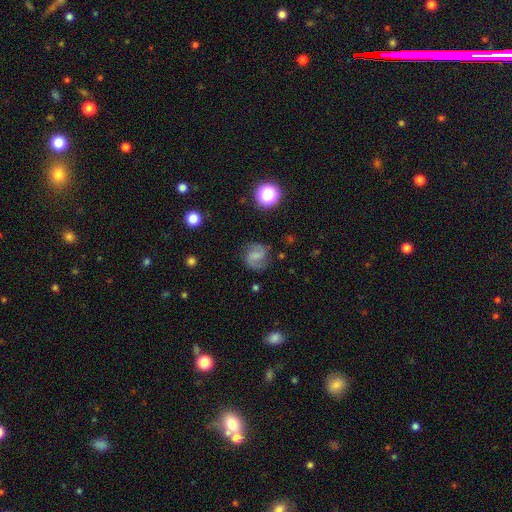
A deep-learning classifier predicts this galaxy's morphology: smooth-or-featured: featured or disk: 63% | smooth: 26% | star or artifact: 12%
  disk-edge-on: no: 98% | yes: 2%
    bar: weak: 48% | no: 27% | strong: 25%
    has-spiral-arms: yes: 92% | no: 8%
      spiral-winding: medium: 50% | loose: 32% | tight: 19%
      spiral-arm-count: 2: 86% | can't tell: 6% | 1: 4% | 3: 2% | 4: 1% | more than 4: 1%
    bulge-size: none: 49% | small: 27% | moderate: 17% | large: 5% | dominant: 2%
  merging: none: 73% | minor disturbance: 16% | major disturbance: 8% | merger: 2%